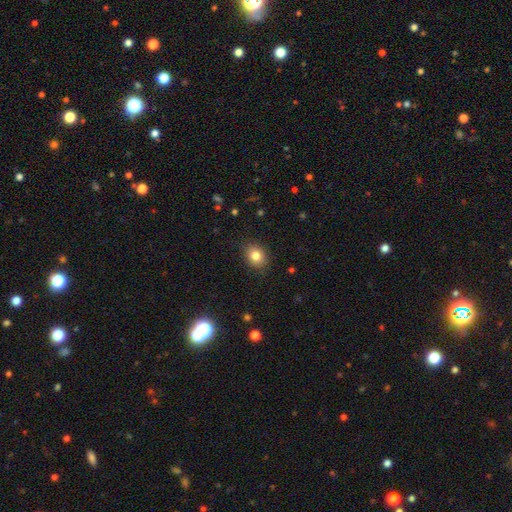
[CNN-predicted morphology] A smooth galaxy with no disk features (82%) that is round (51%). Merging: none (86%).